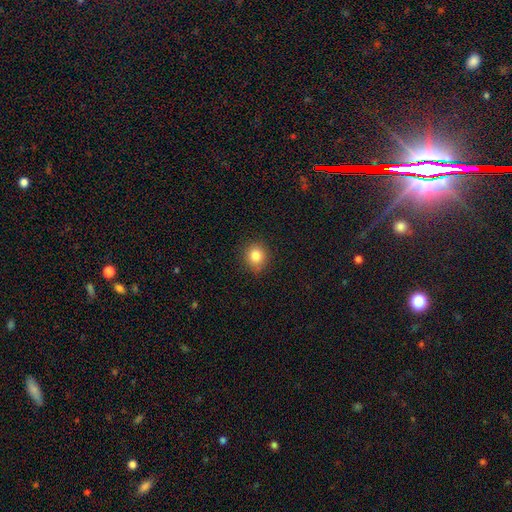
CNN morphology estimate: type=smooth (84%); roundness=round (80%); merging=none (87%).